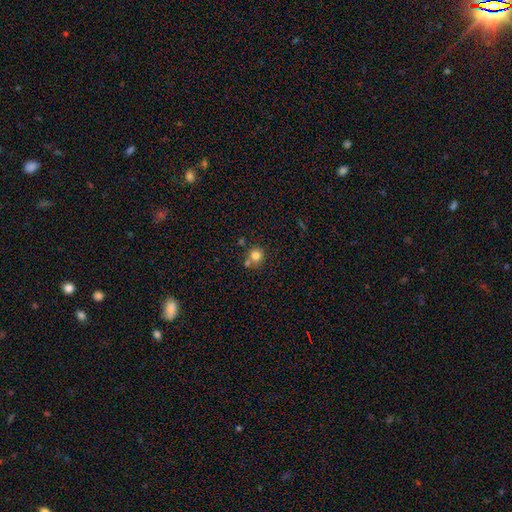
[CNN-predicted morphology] Smooth or featured? smooth (80%)
How rounded? round (88%)
Merging? none (61%)